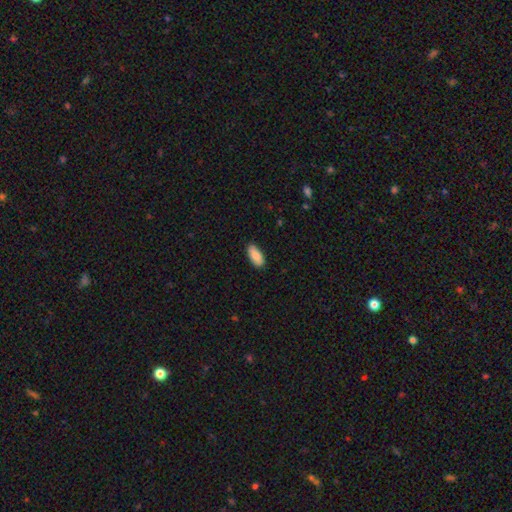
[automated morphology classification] Overall: smooth (87%). How rounded: in between (87%). Merging: none (85%).